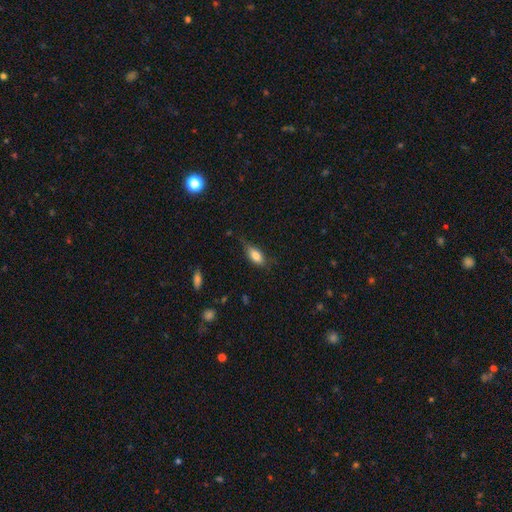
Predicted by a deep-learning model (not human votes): Morphology: type=smooth (75%); roundness=in between (80%); merging=none (62%).